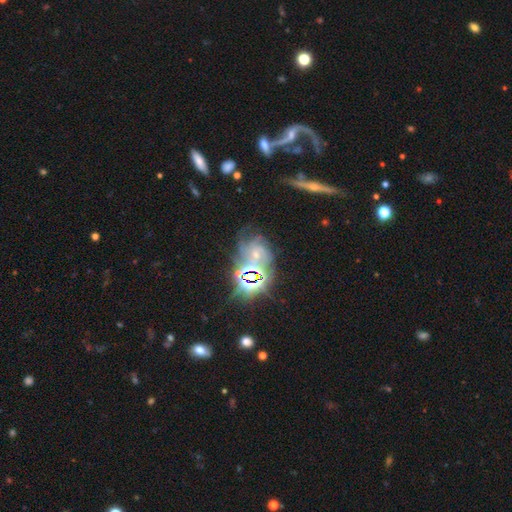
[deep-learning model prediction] The model was most divided on "smooth or featured": featured or disk: 44%, star or artifact: 43%, smooth: 13%. More confident: merging — none (50%).